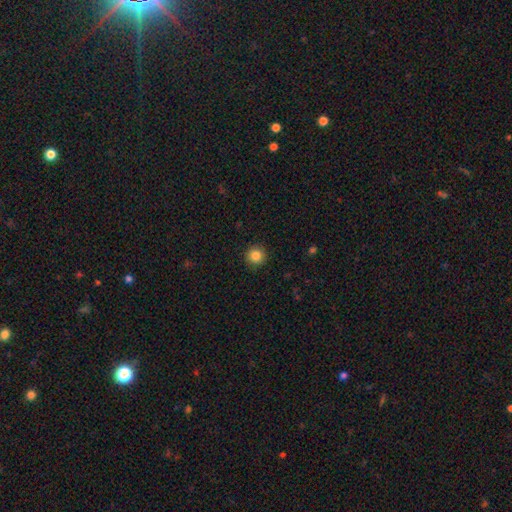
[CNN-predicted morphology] smooth-or-featured: smooth: 85% | star or artifact: 10% | featured or disk: 5%
  how-rounded: round: 95% | in between: 4% | cigar-shaped: 1%
  merging: none: 92% | minor disturbance: 5% | major disturbance: 2% | merger: 1%